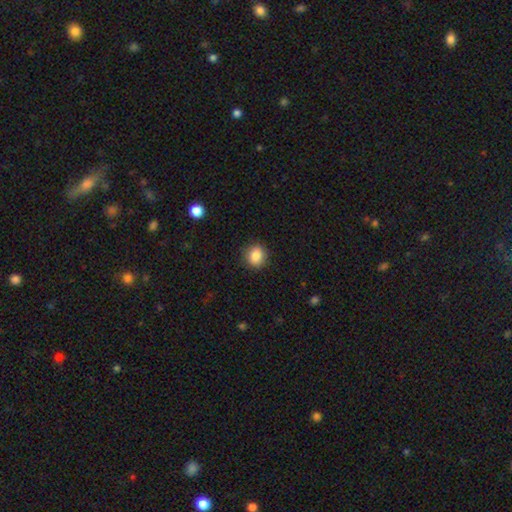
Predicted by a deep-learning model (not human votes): This appears to be a smooth galaxy with no disk features (85%) that is round (84%). Merging: none (89%).